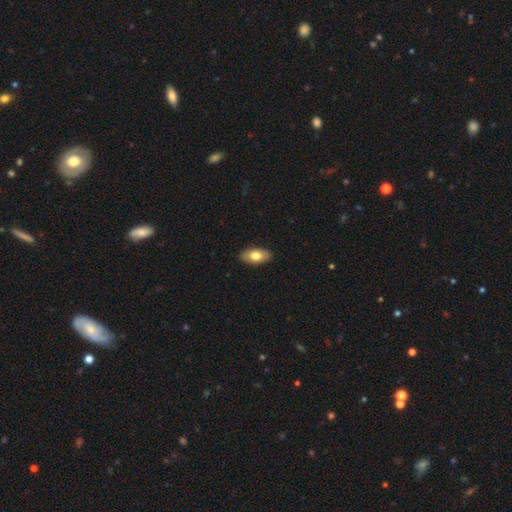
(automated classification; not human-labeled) Smooth or featured? Predicted: smooth (p=0.77). How rounded? Predicted: in between (p=0.93). Merging? Predicted: none (p=0.89).